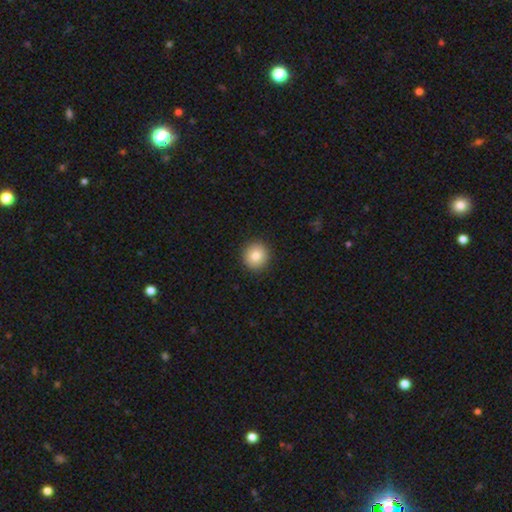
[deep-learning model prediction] smooth-or-featured: smooth: 83% | star or artifact: 9% | featured or disk: 8%
  how-rounded: round: 94% | in between: 6% | cigar-shaped: 1%
  merging: none: 92% | minor disturbance: 5% | major disturbance: 2% | merger: 1%